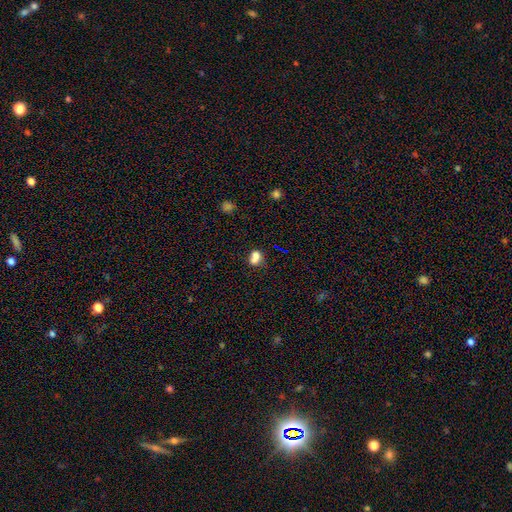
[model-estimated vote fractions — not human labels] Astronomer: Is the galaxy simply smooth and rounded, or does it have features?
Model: smooth — 74%.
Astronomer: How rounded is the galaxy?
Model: in between — 53% (runner-up: round, 45%).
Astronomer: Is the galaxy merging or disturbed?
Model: none — 46% (runner-up: merger, 29%).